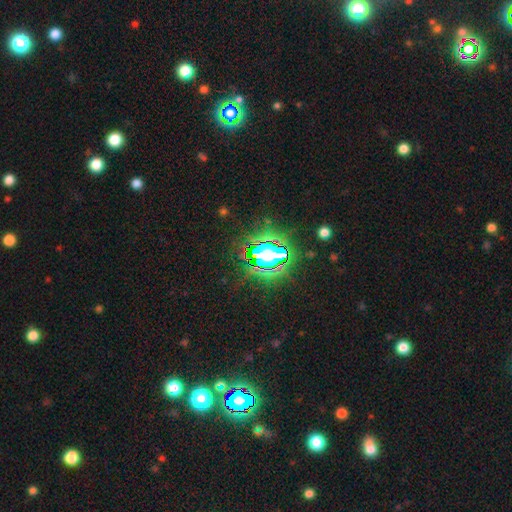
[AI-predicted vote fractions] Q: Smooth or featured?
A: star or artifact (72%); runner-up: smooth (17%)